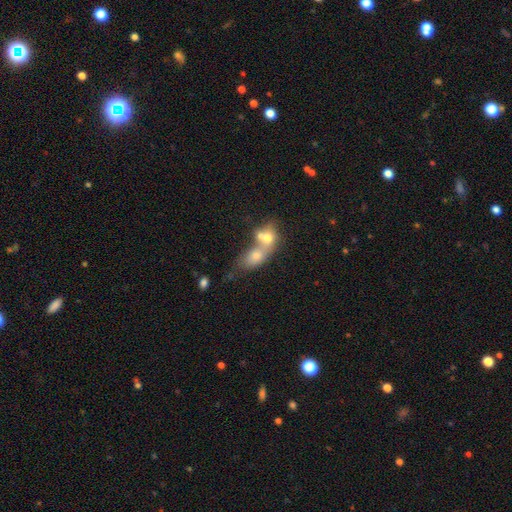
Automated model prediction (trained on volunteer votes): This is likely a smooth galaxy (66%). How rounded: likely in between (67%). Merging: likely merger (76%).